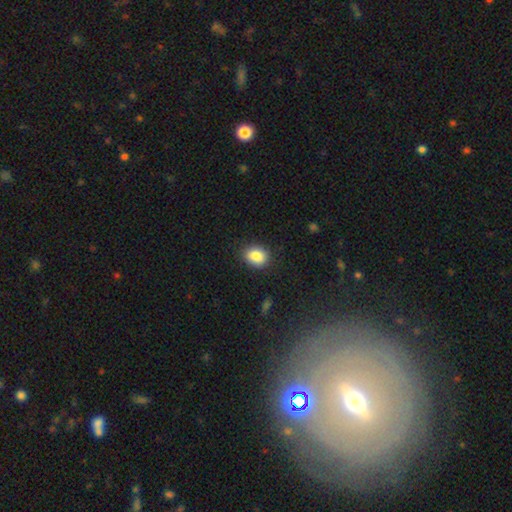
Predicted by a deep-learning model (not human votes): Smooth or featured? smooth (86%)
How rounded? in between (61%)
Merging? none (85%)